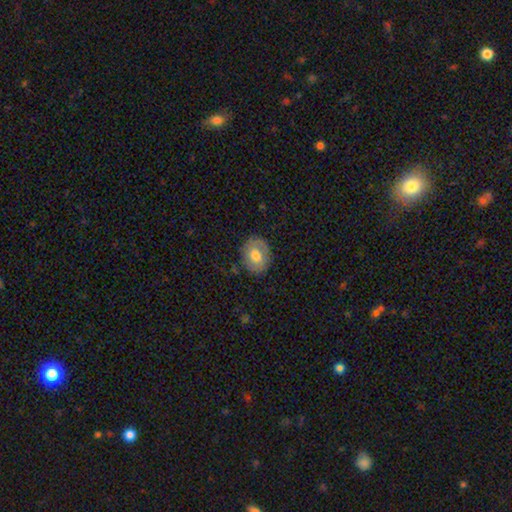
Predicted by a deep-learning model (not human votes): Smooth or featured: smooth — 69% (featured or disk — 24%)
How rounded: in between — 55% (round — 44%)
Merging: none — 81% (minor disturbance — 14%)